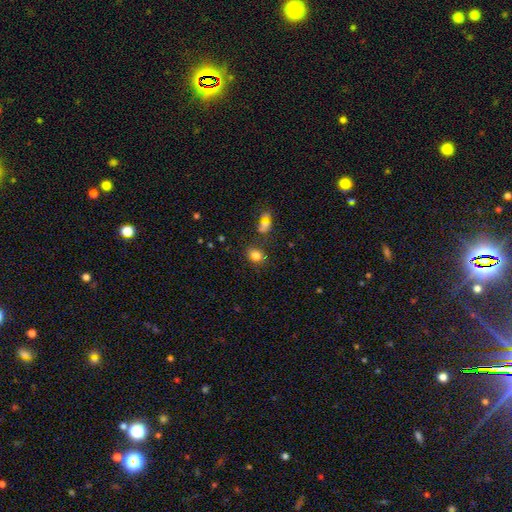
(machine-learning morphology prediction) Overall: smooth (81%). How rounded: round (56%; in between 43%). Merging: none (77%).